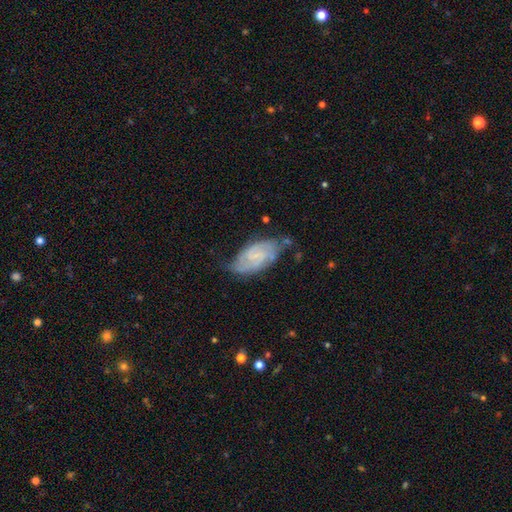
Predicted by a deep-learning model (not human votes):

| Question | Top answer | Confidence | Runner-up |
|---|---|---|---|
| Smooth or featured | featured or disk | 70% | smooth (22%) |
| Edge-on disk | no | 95% | yes (5%) |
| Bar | no | 44% | tied: weak (44%) |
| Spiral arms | yes | 92% | no (8%) |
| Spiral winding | tight | 44% | medium (41%) |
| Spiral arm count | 2 | 64% | can't tell (19%) |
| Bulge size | small | 47% | none (37%) |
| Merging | none | 61% | minor disturbance (27%) |